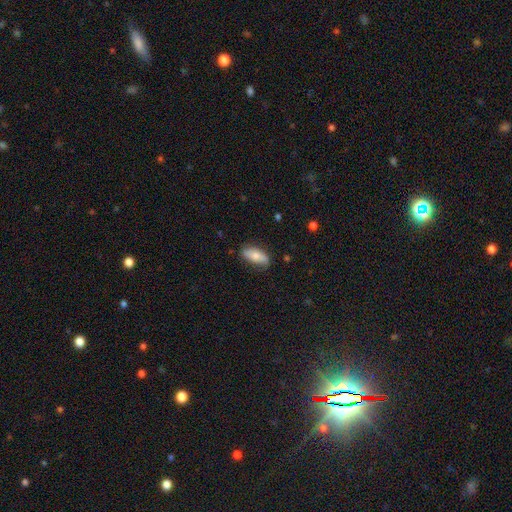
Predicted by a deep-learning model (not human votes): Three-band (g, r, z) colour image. It shows a smooth galaxy with no disk features (73%) that is in between round and cigar-shaped (84%). Merging: none (74%).